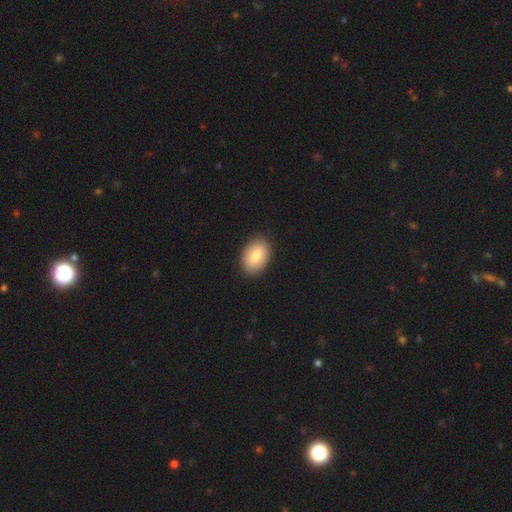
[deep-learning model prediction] A smooth galaxy with no disk features (82%) that is in between round and cigar-shaped (88%). Merging: none (88%).